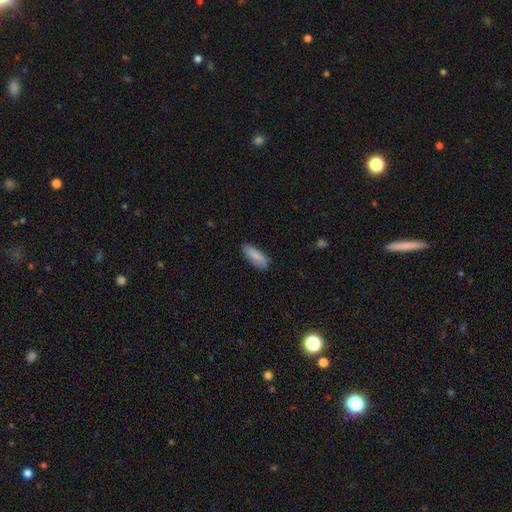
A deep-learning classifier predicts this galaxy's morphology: This is likely a smooth galaxy (80%). How rounded: likely in between (69%). Merging: likely none (80%).